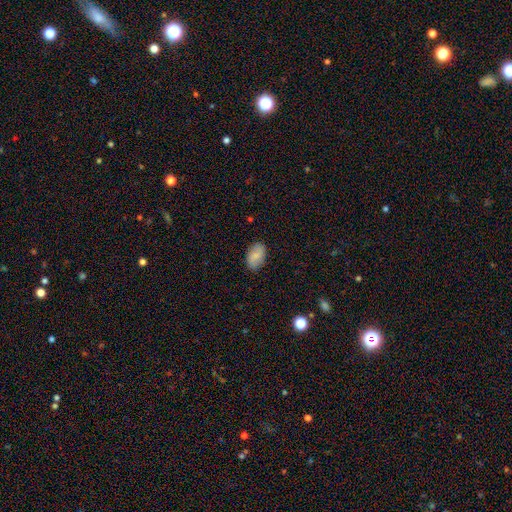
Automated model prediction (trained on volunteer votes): Smooth or featured? smooth (82%)
How rounded? in between (92%)
Merging? none (87%)